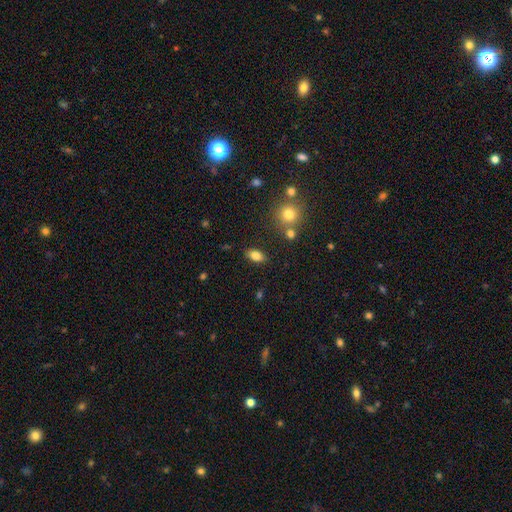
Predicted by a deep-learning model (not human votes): Overall: smooth (81%). How rounded: in between (89%). Merging: none (84%).